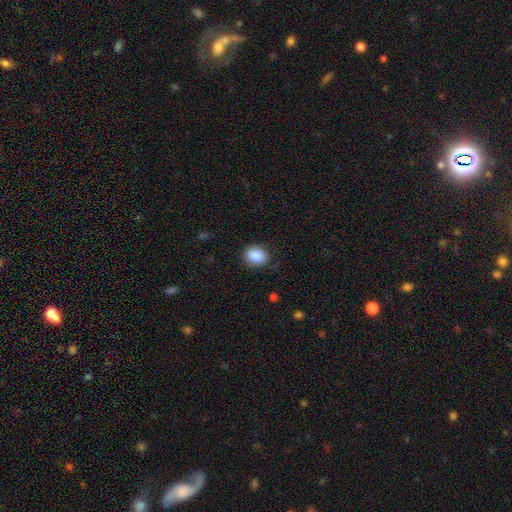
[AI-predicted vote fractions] Morphology: type=smooth (88%); roundness=round (58%); merging=none (85%).